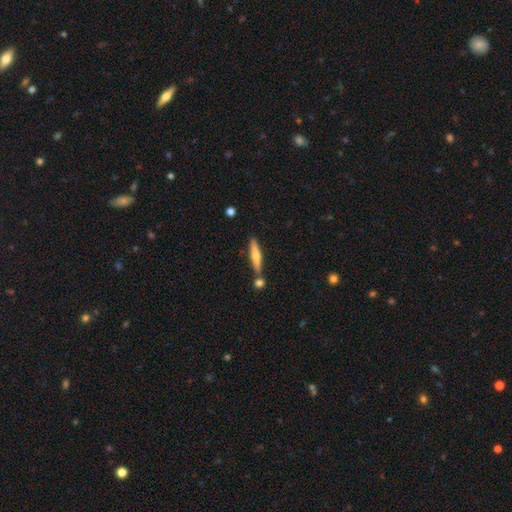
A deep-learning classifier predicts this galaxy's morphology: This is possibly a smooth galaxy (57%). How rounded: clearly cigar-shaped (90%). Merging: likely none (77%).